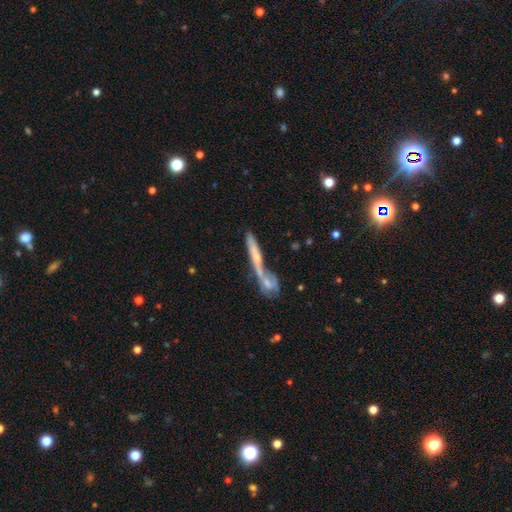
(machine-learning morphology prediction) Q: Smooth or featured?
A: featured or disk (54%); runner-up: smooth (35%)
Q: Edge-on disk?
A: yes (82%); runner-up: no (18%)
Q: Merging?
A: none (43%); runner-up: merger (41%)